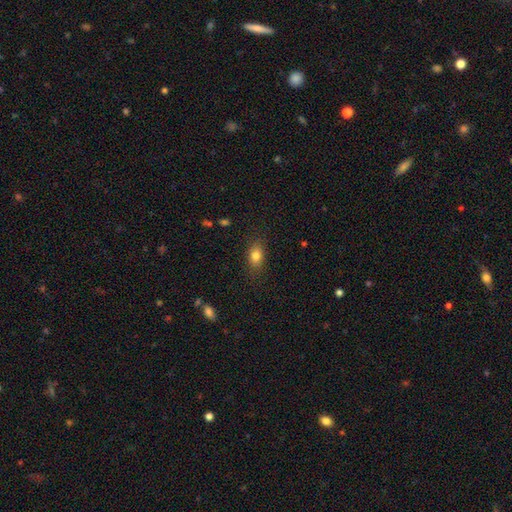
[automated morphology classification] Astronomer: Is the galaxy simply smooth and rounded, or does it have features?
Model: smooth — 81%.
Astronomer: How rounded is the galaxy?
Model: in between — 78%.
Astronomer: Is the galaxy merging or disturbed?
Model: none — 82%.